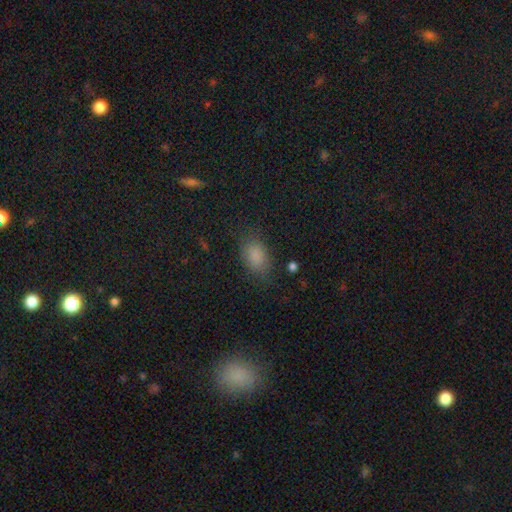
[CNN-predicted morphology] A smooth galaxy with no disk features (83%) that is in between round and cigar-shaped (86%).

Vote fractions:
- Smooth or featured? smooth: 83% / star or artifact: 11% / featured or disk: 5%
- How rounded? in between: 86% / round: 12% / cigar-shaped: 2%
- Merging? none: 77% / minor disturbance: 16% / major disturbance: 6% / merger: 2%